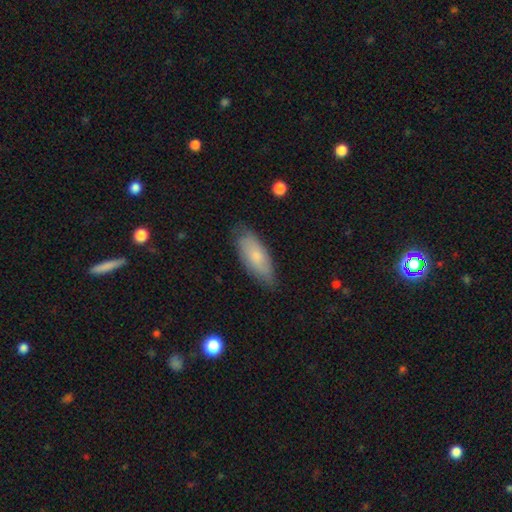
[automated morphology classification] Smooth or featured?
  - smooth: 70% *
  - featured or disk: 24%
  - star or artifact: 6%
How rounded?
  - in between: 78% *
  - cigar-shaped: 20%
  - round: 2%
Merging?
  - none: 76% *
  - minor disturbance: 19%
  - major disturbance: 3%
  - merger: 1%